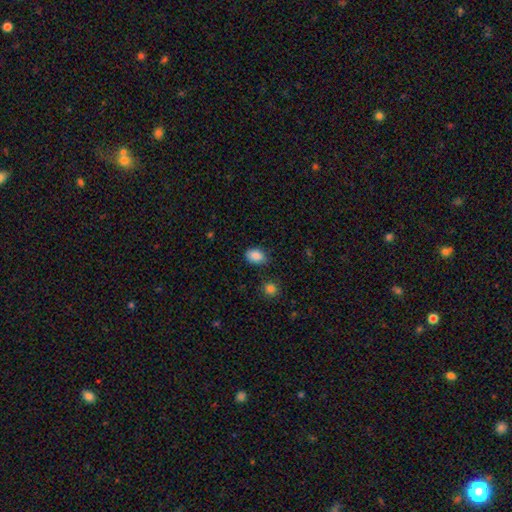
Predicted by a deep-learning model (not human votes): Smooth or featured: smooth — 87% (star or artifact — 8%)
How rounded: in between — 81% (round — 18%)
Merging: none — 77% (minor disturbance — 17%)